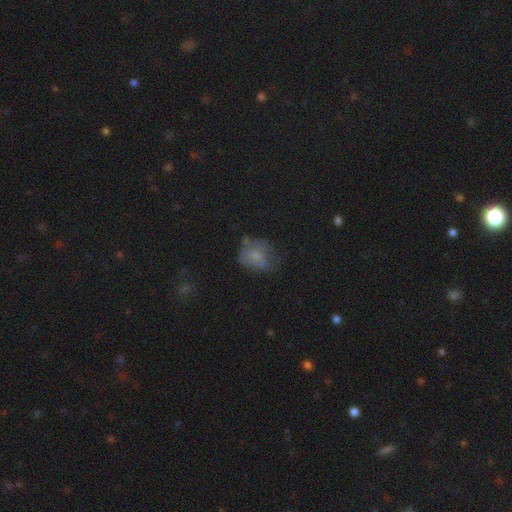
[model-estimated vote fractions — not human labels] The model was most divided on "how rounded": in between: 50%, round: 49%, cigar-shaped: 1%. Remaining: smooth or featured — smooth (60%); merging — none (43%).